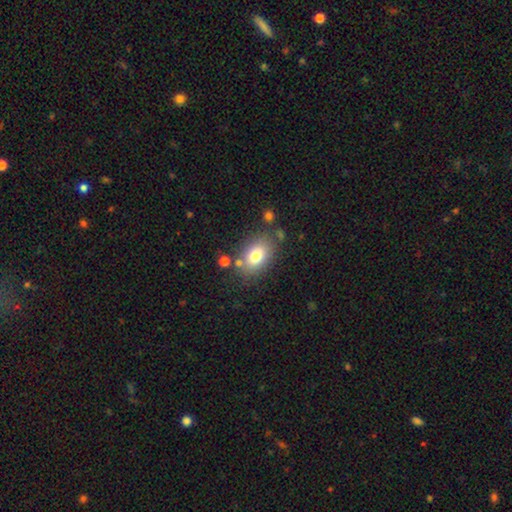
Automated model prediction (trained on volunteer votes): Smooth or featured?
  - smooth: 77% *
  - featured or disk: 13%
  - star or artifact: 10%
How rounded?
  - in between: 80% *
  - round: 19%
  - cigar-shaped: 1%
Merging?
  - none: 75% *
  - minor disturbance: 13%
  - merger: 7%
  - major disturbance: 5%